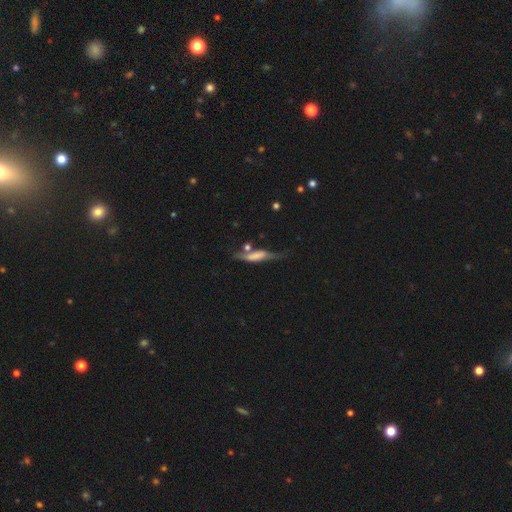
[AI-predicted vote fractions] A smooth galaxy with no disk features (47%). Merging: none (41%).